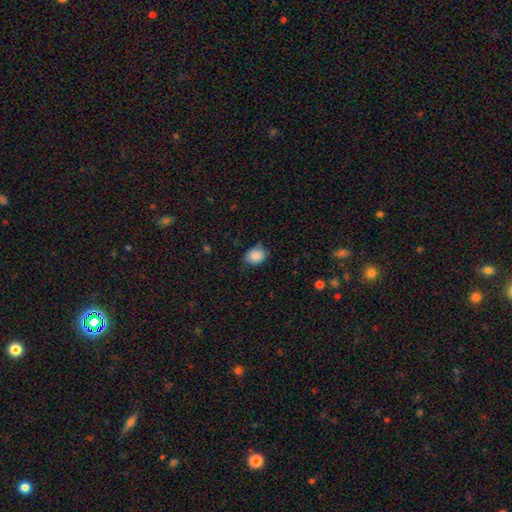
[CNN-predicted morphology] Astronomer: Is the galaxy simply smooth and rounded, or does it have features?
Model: smooth — 88%.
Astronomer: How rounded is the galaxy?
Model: in between — 52% (runner-up: round, 47%).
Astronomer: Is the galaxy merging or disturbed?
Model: none — 74%.